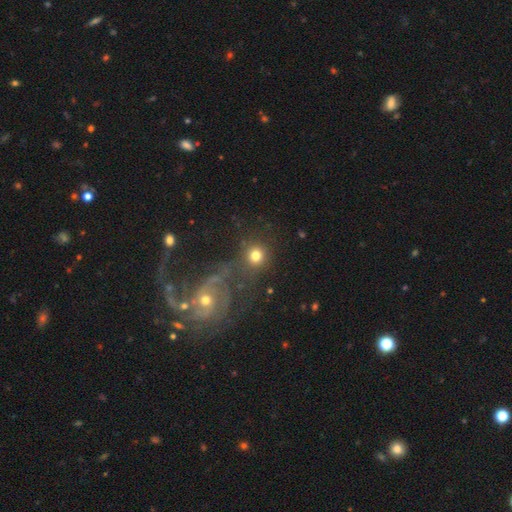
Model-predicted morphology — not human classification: This appears to be a smooth galaxy with no disk features (72%) that is round (90%). Merging: none (69%).